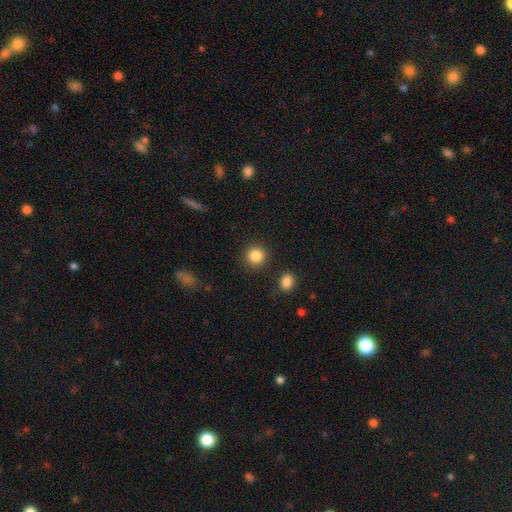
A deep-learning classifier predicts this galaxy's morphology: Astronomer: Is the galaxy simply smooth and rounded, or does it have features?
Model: smooth — 86%.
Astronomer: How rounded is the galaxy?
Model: round — 92%.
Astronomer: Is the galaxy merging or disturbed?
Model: none — 89%.